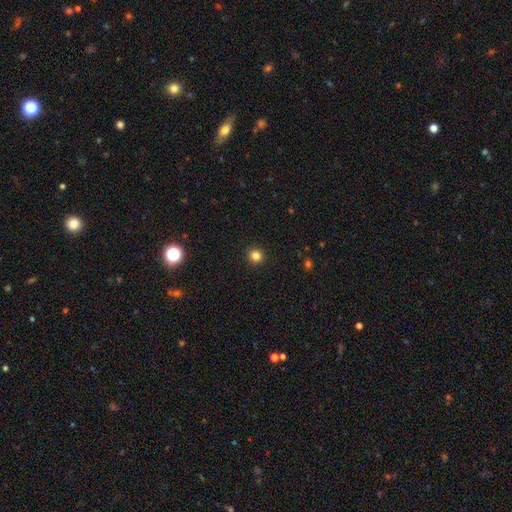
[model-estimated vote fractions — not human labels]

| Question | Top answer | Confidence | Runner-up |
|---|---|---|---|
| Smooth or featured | smooth | 83% | star or artifact (13%) |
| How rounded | round | 94% | in between (5%) |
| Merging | none | 93% | minor disturbance (4%) |